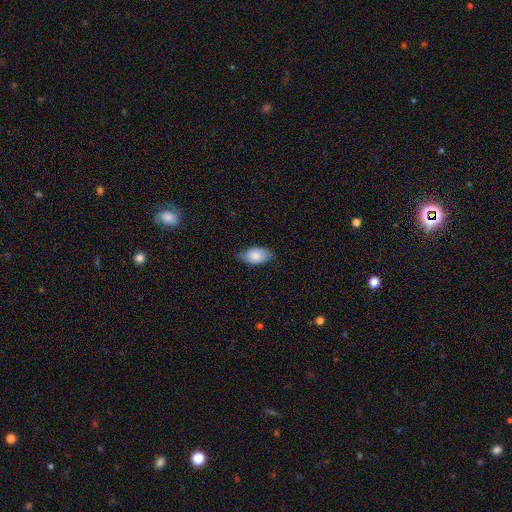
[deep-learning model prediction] A smooth galaxy with no disk features (69%) that is in between round and cigar-shaped (93%). Merging: none (67%).